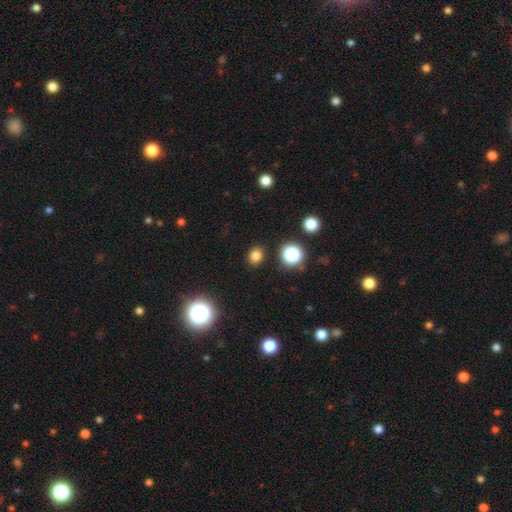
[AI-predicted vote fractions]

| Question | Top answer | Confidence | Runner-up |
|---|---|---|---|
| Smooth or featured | smooth | 79% | star or artifact (16%) |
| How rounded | round | 62% | in between (37%) |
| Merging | none | 89% | minor disturbance (7%) |